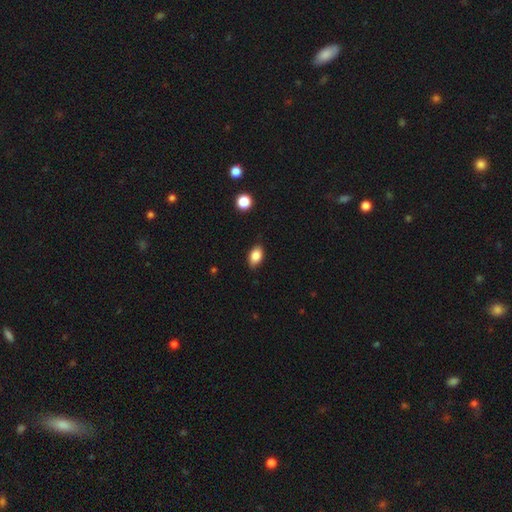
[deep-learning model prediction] smooth_or_featured: smooth (p=0.85) [alt: star or artifact p=0.08]
how_rounded: in between (p=0.88) [alt: round p=0.10]
merging: none (p=0.84) [alt: minor disturbance p=0.12]